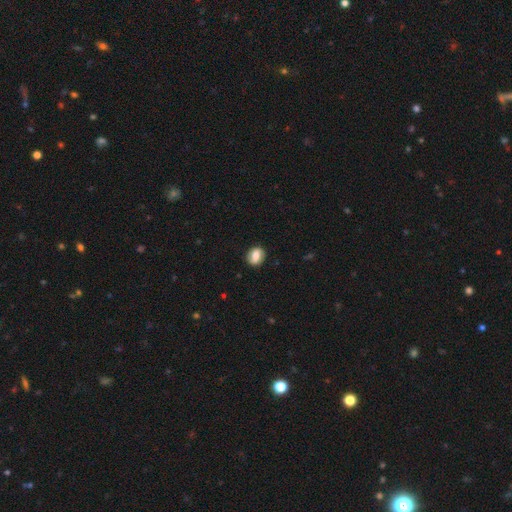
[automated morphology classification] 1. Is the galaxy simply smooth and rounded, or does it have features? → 56% smooth, 36% featured or disk, 8% star or artifact.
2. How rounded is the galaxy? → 56% round, 42% in between, 2% cigar-shaped.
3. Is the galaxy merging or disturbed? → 85% none, 11% minor disturbance, 3% major disturbance, 1% merger.